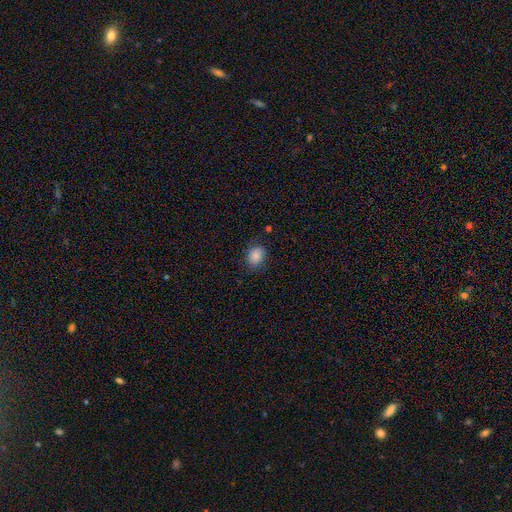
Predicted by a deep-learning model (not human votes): Q: Smooth or featured?
A: smooth (86%); runner-up: star or artifact (9%)
Q: How rounded?
A: in between (61%); runner-up: round (38%)
Q: Merging?
A: none (79%); runner-up: minor disturbance (16%)